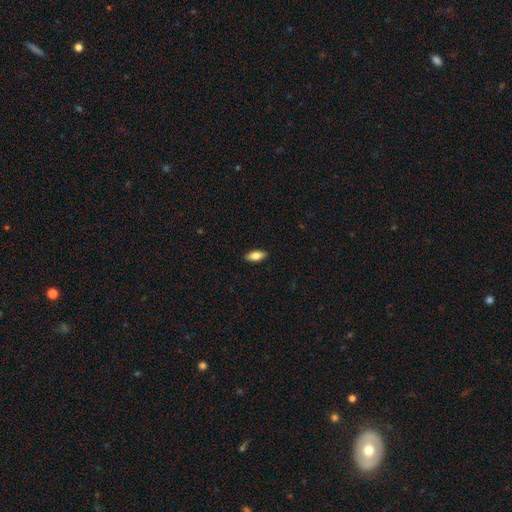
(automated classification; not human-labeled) The model was most divided on "smooth or featured": smooth: 77%, featured or disk: 16%, star or artifact: 6%. More confident: merging — none (89%); how rounded — in between (82%).